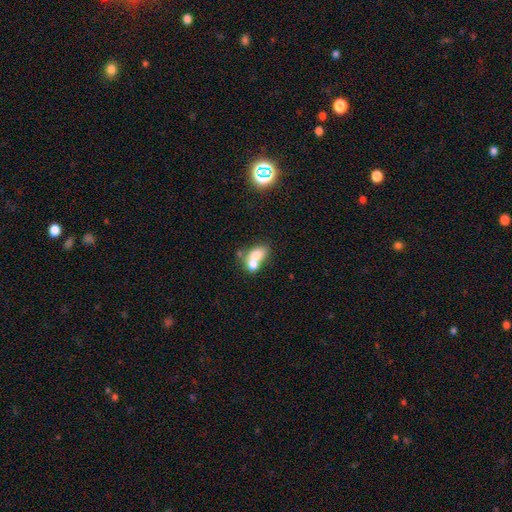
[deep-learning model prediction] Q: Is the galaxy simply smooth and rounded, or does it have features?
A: smooth — 69%.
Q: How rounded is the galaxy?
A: in between — 70%.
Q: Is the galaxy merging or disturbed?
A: merger — 67%.